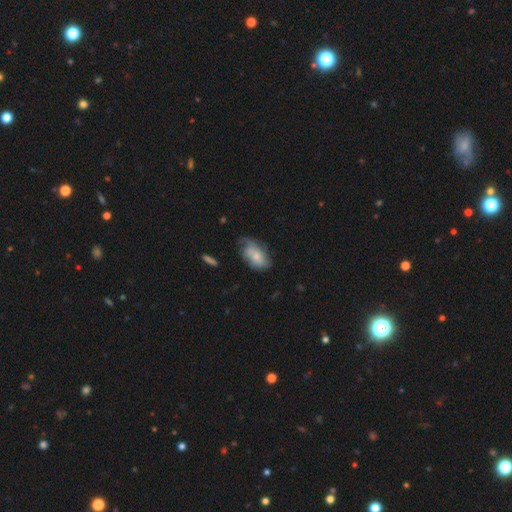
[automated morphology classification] smooth_or_featured: smooth (p=0.56) [alt: featured or disk p=0.37]
how_rounded: in between (p=0.91) [alt: round p=0.05]
merging: none (p=0.42) [alt: minor disturbance p=0.35]